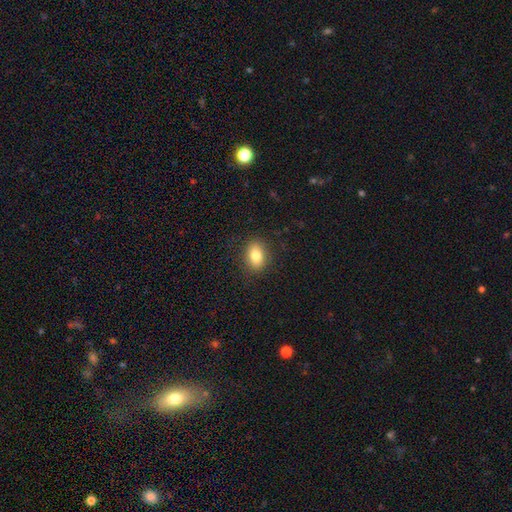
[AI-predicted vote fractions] Smooth or featured?
  - smooth: 80% *
  - featured or disk: 11%
  - star or artifact: 9%
How rounded?
  - in between: 72% *
  - round: 26%
  - cigar-shaped: 2%
Merging?
  - none: 88% *
  - minor disturbance: 9%
  - major disturbance: 3%
  - merger: 1%